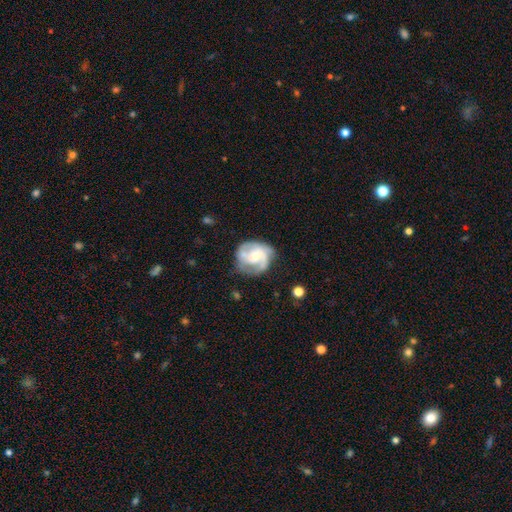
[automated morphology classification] Smooth or featured?
  - featured or disk: 78% *
  - smooth: 16%
  - star or artifact: 6%
Edge-on disk?
  - no: 98% *
  - yes: 2%
Bar?
  - no: 53% *
  - weak: 37%
  - strong: 10%
Spiral arms?
  - yes: 90% *
  - no: 10%
Spiral winding?
  - medium: 46% *
  - tight: 36%
  - loose: 18%
Spiral arm count?
  - 2: 52% *
  - 3: 20%
  - can't tell: 17%
  - 1: 6%
  - 4: 3%
  - more than 4: 2%
Bulge size?
  - small: 53% *
  - moderate: 40%
  - none: 3%
  - large: 3%
  - dominant: 1%
Merging?
  - none: 58% *
  - minor disturbance: 24%
  - major disturbance: 15%
  - merger: 4%